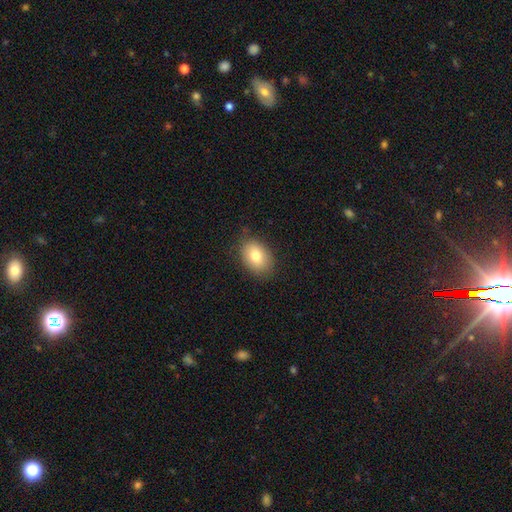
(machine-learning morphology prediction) A smooth galaxy with no disk features (80%) that is in between round and cigar-shaped (78%).

Vote fractions:
- Smooth or featured? smooth: 80% / featured or disk: 12% / star or artifact: 8%
- How rounded? in between: 78% / round: 21% / cigar-shaped: 1%
- Merging? none: 82% / minor disturbance: 14% / major disturbance: 3% / merger: 1%